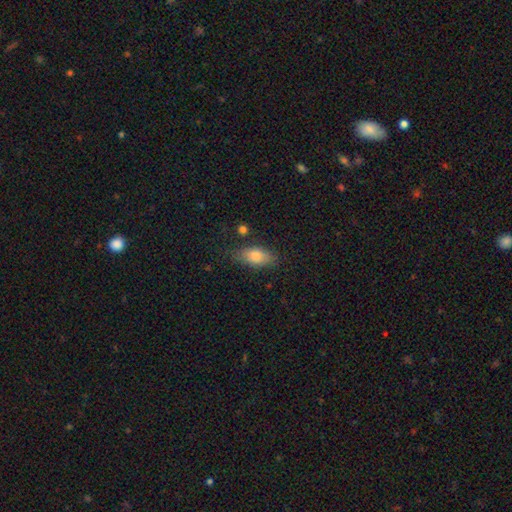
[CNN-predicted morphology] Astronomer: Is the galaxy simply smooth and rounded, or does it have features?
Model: smooth — 79%.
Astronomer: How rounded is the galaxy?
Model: in between — 85%.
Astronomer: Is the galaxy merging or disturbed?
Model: none — 75%.